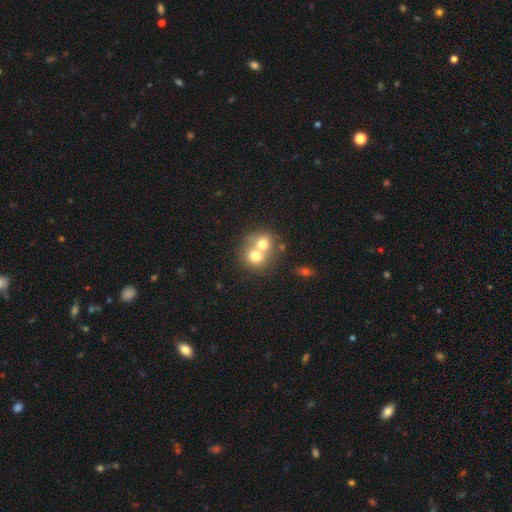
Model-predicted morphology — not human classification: type=smooth (69%); roundness=round (74%); merging=merger (68%).